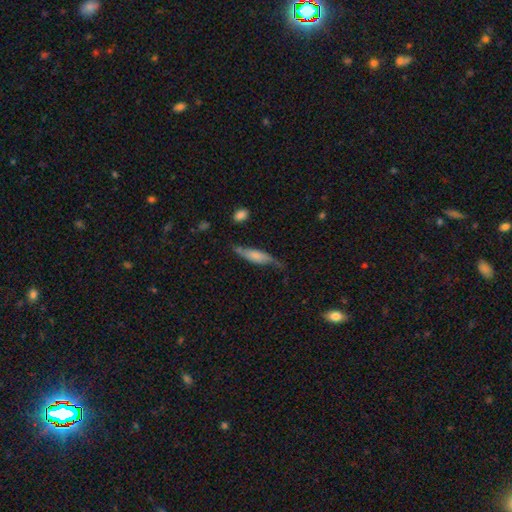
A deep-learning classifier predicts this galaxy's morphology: Smooth or featured? smooth (57%)
How rounded? cigar-shaped (61%)
Merging? none (52%)